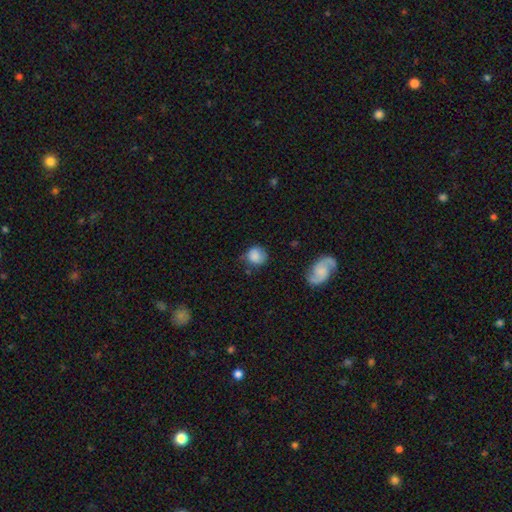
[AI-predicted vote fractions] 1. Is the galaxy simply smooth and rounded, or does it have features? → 77% smooth, 14% featured or disk, 9% star or artifact.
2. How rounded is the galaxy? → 82% round, 17% in between, 1% cigar-shaped.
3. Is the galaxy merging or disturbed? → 64% none, 26% minor disturbance, 7% major disturbance, 3% merger.